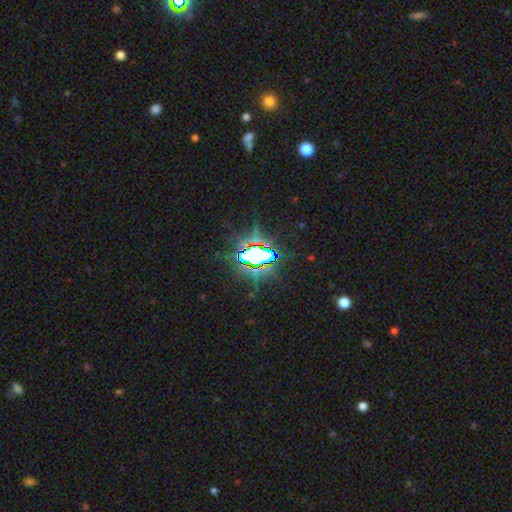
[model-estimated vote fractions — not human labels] star or artifact 74%, smooth 15%, featured or disk 11%.